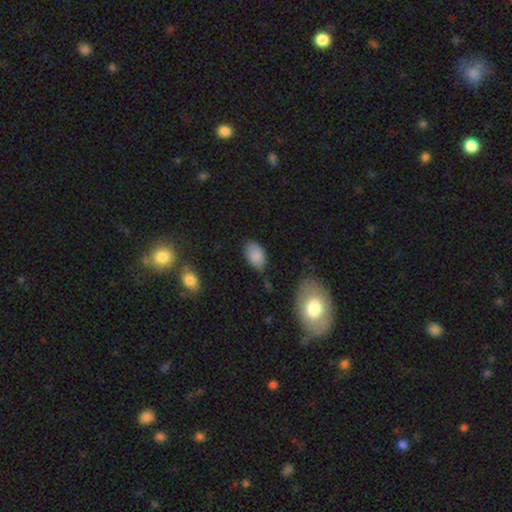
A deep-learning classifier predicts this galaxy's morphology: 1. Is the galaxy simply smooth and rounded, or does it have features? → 86% smooth, 8% star or artifact, 6% featured or disk.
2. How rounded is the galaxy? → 93% in between, 6% round, 1% cigar-shaped.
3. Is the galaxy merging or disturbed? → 75% none, 19% minor disturbance, 4% major disturbance, 3% merger.